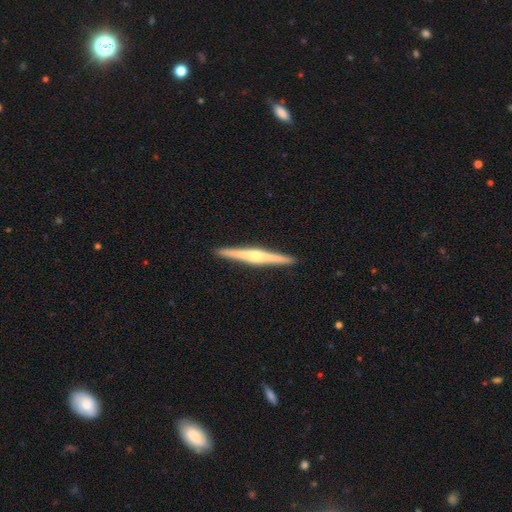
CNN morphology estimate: This is likely a featured or disk galaxy (78%). It is clearly viewed edge-on (98%). Edge-on bulge: clearly rounded (85%). Merging: clearly none (92%).